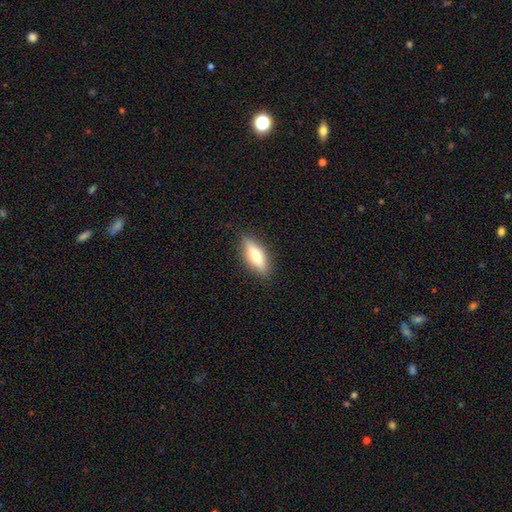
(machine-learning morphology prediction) smooth 62%, featured or disk 32%, star or artifact 6%. Down the decision tree: how rounded — in between (52%); merging — none (87%).